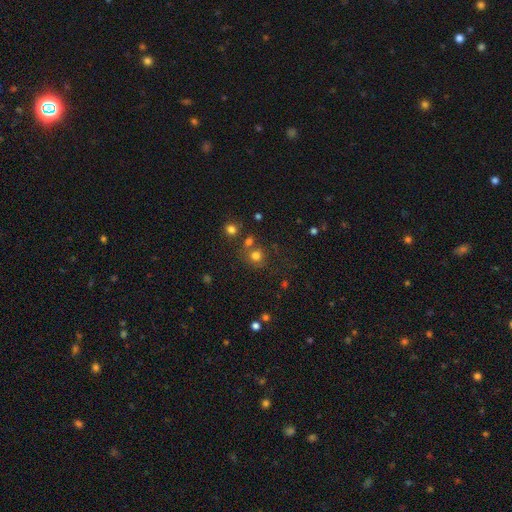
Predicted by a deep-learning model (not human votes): A smooth galaxy with no disk features (74%) that is round (85%). Merging: none (63%).